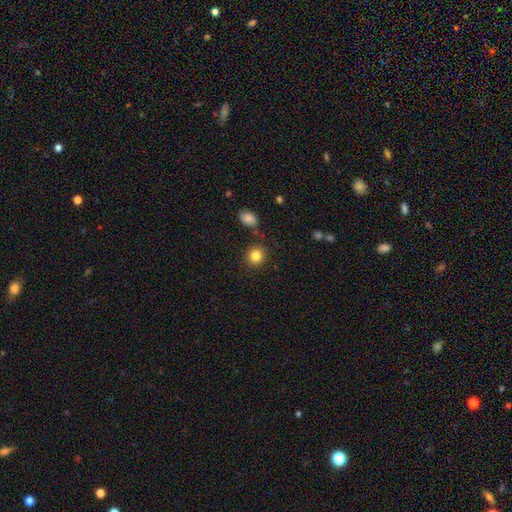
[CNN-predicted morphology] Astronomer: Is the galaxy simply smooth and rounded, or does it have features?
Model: smooth — 84%.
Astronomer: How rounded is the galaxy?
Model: round — 87%.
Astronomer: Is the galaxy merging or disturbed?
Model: none — 86%.